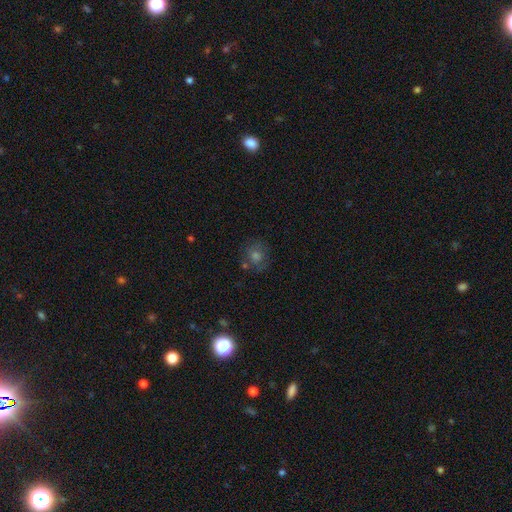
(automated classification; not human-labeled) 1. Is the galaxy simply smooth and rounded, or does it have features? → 49% smooth, 29% star or artifact, 22% featured or disk.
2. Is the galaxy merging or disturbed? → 75% none, 14% minor disturbance, 6% major disturbance, 5% merger.